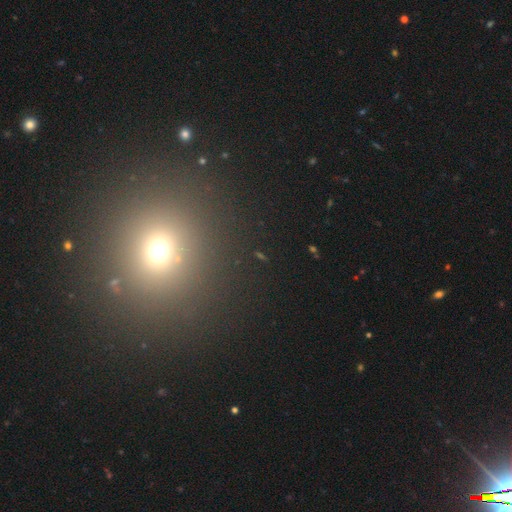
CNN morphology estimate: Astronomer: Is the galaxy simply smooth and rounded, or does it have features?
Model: smooth — 57% (runner-up: star or artifact, 35%).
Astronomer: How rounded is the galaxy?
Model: round — 89%.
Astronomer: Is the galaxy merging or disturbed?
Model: none — 89%.